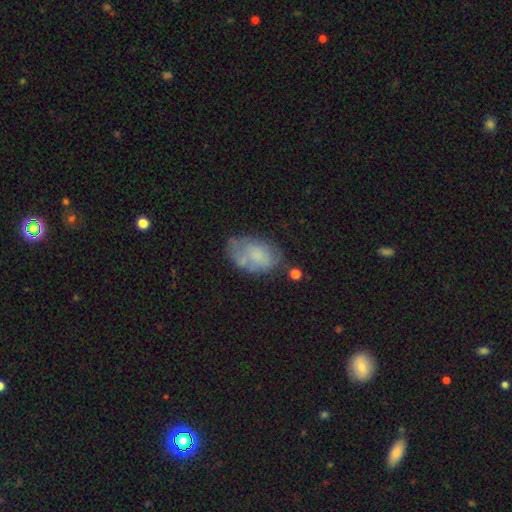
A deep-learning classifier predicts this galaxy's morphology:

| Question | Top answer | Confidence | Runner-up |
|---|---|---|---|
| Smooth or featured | smooth | 63% | featured or disk (29%) |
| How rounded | in between | 90% | round (8%) |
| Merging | none | 48% | minor disturbance (29%) |